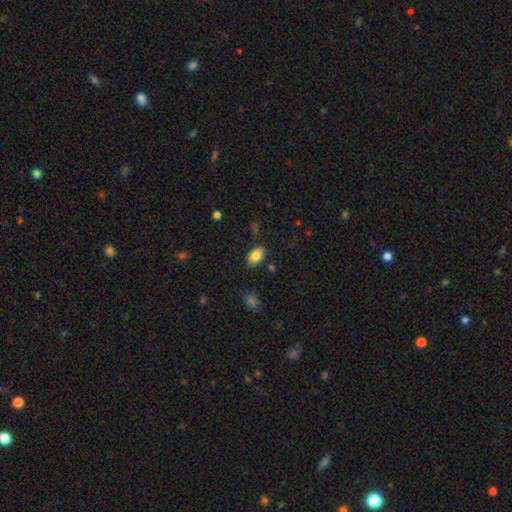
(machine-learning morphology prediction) Smooth or featured?
  - smooth: 83% *
  - featured or disk: 9%
  - star or artifact: 8%
How rounded?
  - in between: 87% *
  - round: 11%
  - cigar-shaped: 1%
Merging?
  - none: 83% *
  - minor disturbance: 12%
  - major disturbance: 3%
  - merger: 2%